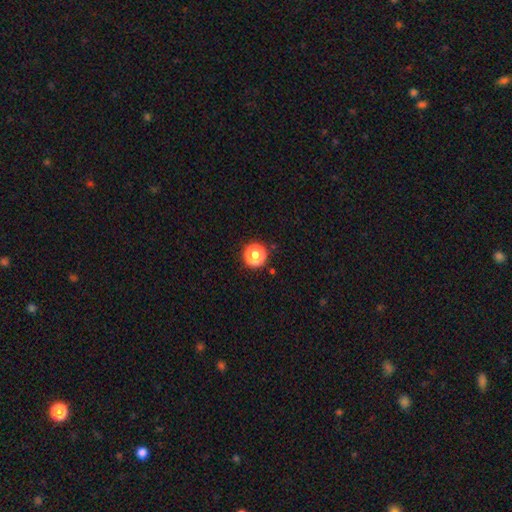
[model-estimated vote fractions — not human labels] Smooth or featured? Predicted: smooth (p=0.80). How rounded? Predicted: round (p=0.94). Merging? Predicted: none (p=0.89).